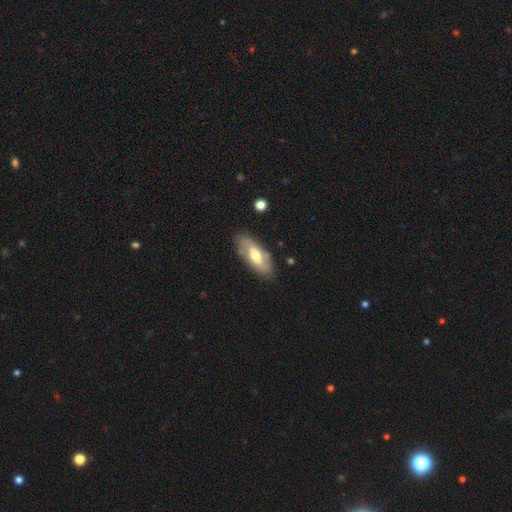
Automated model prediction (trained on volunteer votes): A smooth galaxy with no disk features (52%) that is in between round and cigar-shaped (82%). Merging: none (78%).